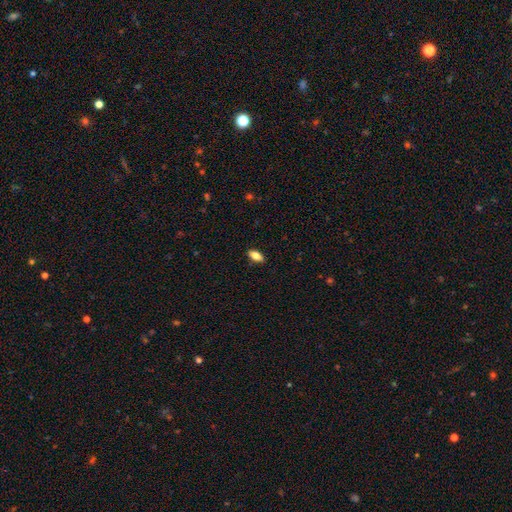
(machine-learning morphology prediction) A smooth galaxy with no disk features (78%) that is in between round and cigar-shaped (87%).

Vote fractions:
- Smooth or featured? smooth: 78% / featured or disk: 14% / star or artifact: 8%
- How rounded? in between: 87% / cigar-shaped: 10% / round: 3%
- Merging? none: 89% / minor disturbance: 8% / major disturbance: 2% / merger: 1%